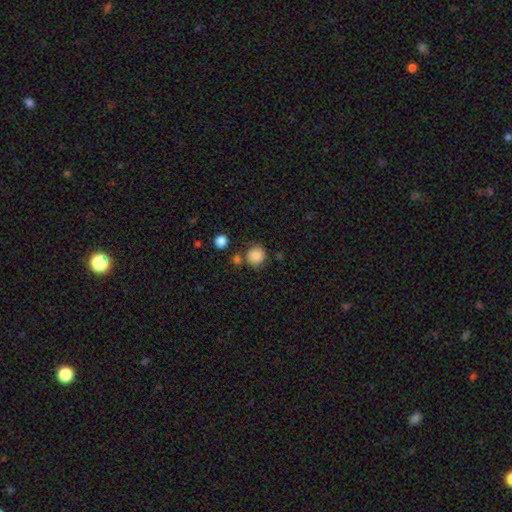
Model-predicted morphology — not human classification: Smooth or featured?
  - smooth: 85% *
  - star or artifact: 9%
  - featured or disk: 5%
How rounded?
  - round: 86% *
  - in between: 13%
  - cigar-shaped: 1%
Merging?
  - none: 72% *
  - minor disturbance: 14%
  - merger: 9%
  - major disturbance: 5%